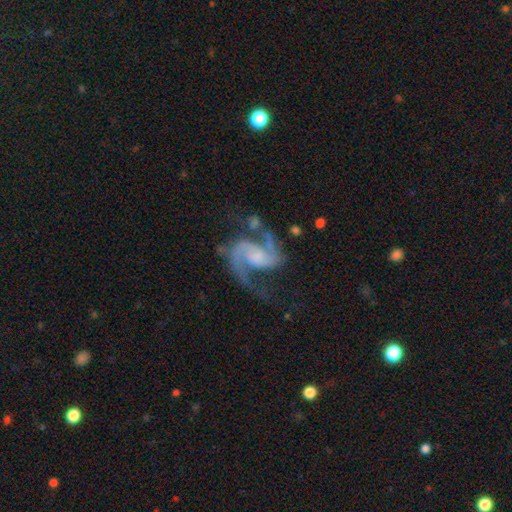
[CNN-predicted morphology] smooth_or_featured: featured or disk (p=0.92) [alt: star or artifact p=0.05]
disk_edge_on: no (p=0.98) [alt: yes p=0.02]
bar: no (p=0.48) [alt: weak p=0.39]
has_spiral_arms: yes (p=0.98) [alt: no p=0.02]
spiral_winding: medium (p=0.58) [alt: loose p=0.30]
spiral_arm_count: 2 (p=0.92) [alt: 3 p=0.02]
bulge_size: none (p=0.34) [alt: small p=0.31]
merging: none (p=0.63) [alt: minor disturbance p=0.18]